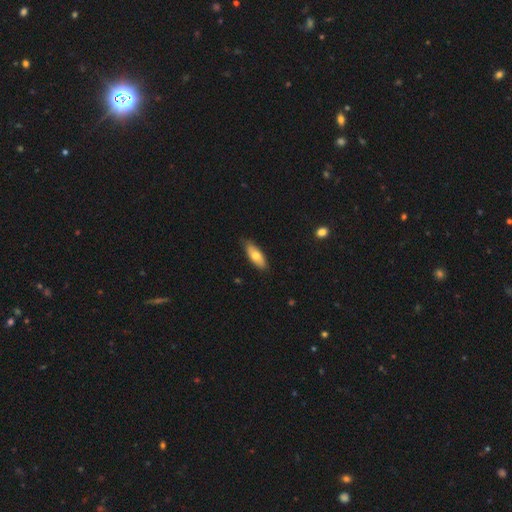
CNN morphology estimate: Smooth or featured?
  - smooth: 68% *
  - featured or disk: 26%
  - star or artifact: 6%
How rounded?
  - in between: 75% *
  - cigar-shaped: 22%
  - round: 2%
Merging?
  - none: 81% *
  - minor disturbance: 15%
  - major disturbance: 2%
  - merger: 1%